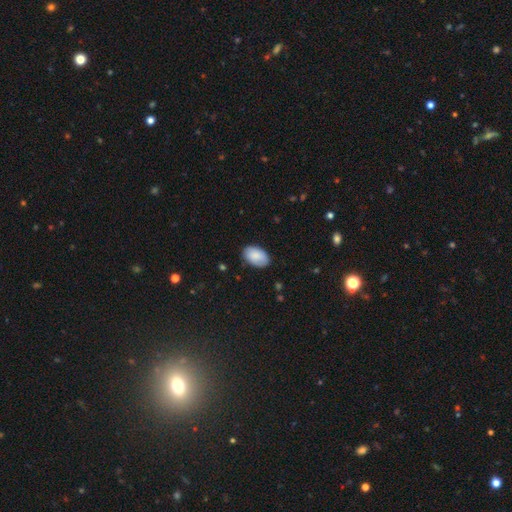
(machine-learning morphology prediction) smooth-or-featured: smooth: 86% | featured or disk: 7% | star or artifact: 6%
  how-rounded: in between: 93% | round: 6% | cigar-shaped: 1%
  merging: none: 83% | minor disturbance: 14% | major disturbance: 3% | merger: 1%